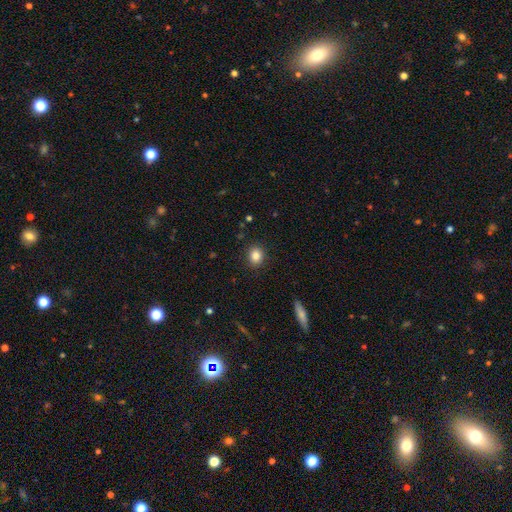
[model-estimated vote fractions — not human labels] Morphology: type=smooth (85%); roundness=round (61%); merging=none (89%).